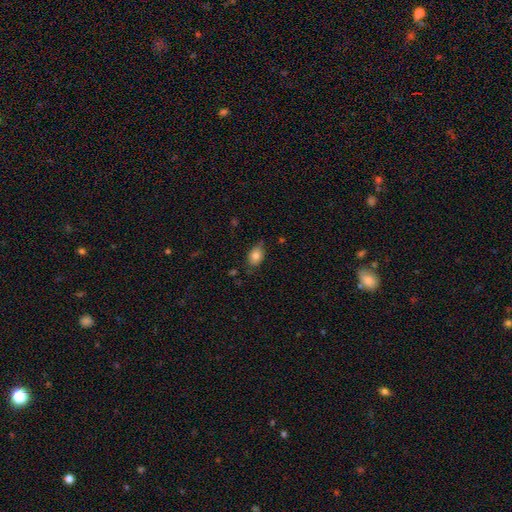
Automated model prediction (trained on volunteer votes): Smooth or featured?
  - smooth: 81% *
  - featured or disk: 10%
  - star or artifact: 9%
How rounded?
  - in between: 76% *
  - round: 22%
  - cigar-shaped: 2%
Merging?
  - none: 70% *
  - minor disturbance: 24%
  - major disturbance: 4%
  - merger: 2%